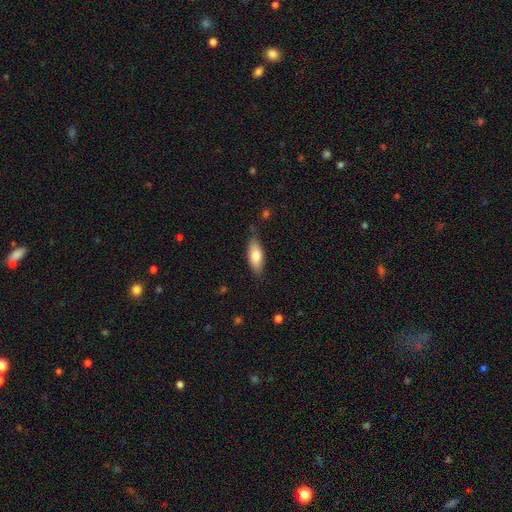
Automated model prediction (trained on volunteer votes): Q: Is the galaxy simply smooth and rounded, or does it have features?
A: smooth — 75%.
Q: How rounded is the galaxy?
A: in between — 75%.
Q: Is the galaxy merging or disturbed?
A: none — 74%.